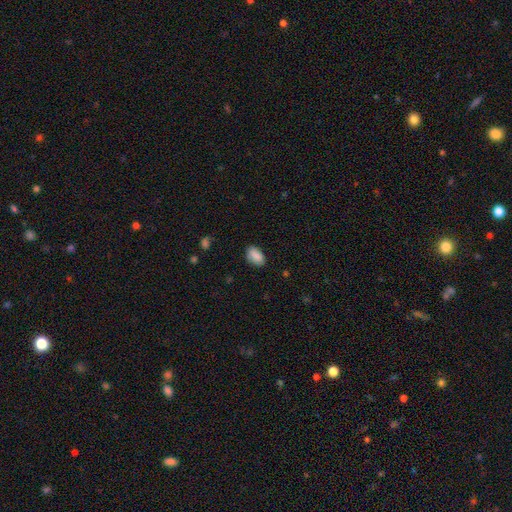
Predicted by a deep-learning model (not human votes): A smooth galaxy with no disk features (87%) that is in between round and cigar-shaped (92%).

Vote fractions:
- Smooth or featured? smooth: 87% / star or artifact: 7% / featured or disk: 6%
- How rounded? in between: 92% / round: 7% / cigar-shaped: 2%
- Merging? none: 81% / minor disturbance: 15% / major disturbance: 3% / merger: 1%